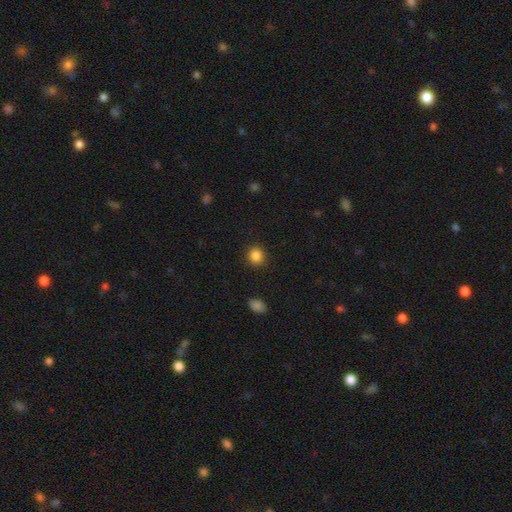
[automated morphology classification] Overall: smooth (86%). How rounded: round (85%). Merging: none (90%).